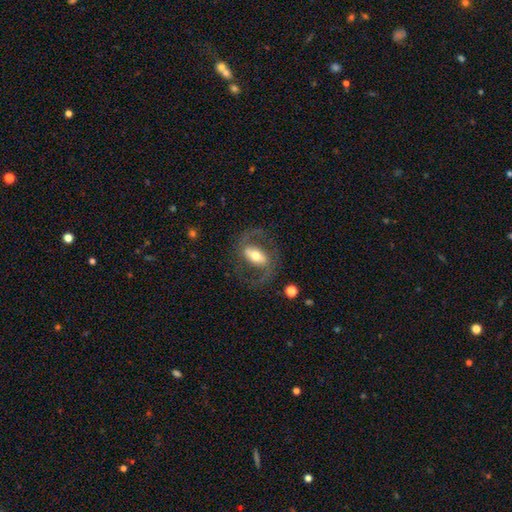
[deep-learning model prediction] smooth_or_featured: featured or disk (p=0.76) [alt: smooth p=0.18]
disk_edge_on: no (p=0.94) [alt: yes p=0.06]
bar: strong (p=0.46) [alt: weak p=0.32]
has_spiral_arms: yes (p=0.84) [alt: no p=0.16]
spiral_winding: medium (p=0.54) [alt: loose p=0.29]
spiral_arm_count: 2 (p=0.89) [alt: can't tell p=0.05]
bulge_size: moderate (p=0.63) [alt: small p=0.19]
merging: none (p=0.72) [alt: major disturbance p=0.14]